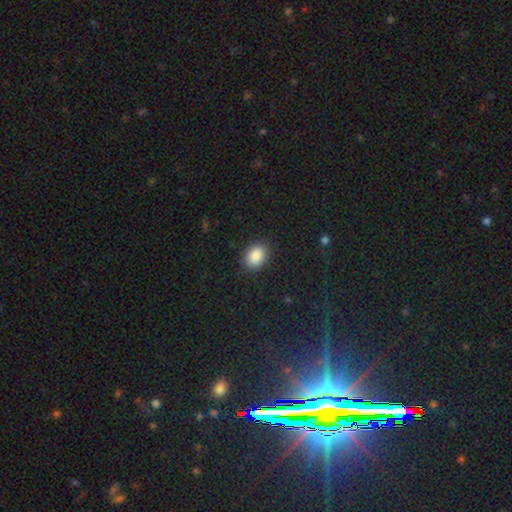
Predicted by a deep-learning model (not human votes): smooth-or-featured: smooth: 87% | star or artifact: 8% | featured or disk: 4%
  how-rounded: in between: 73% | round: 26% | cigar-shaped: 1%
  merging: none: 87% | minor disturbance: 10% | major disturbance: 3% | merger: 1%